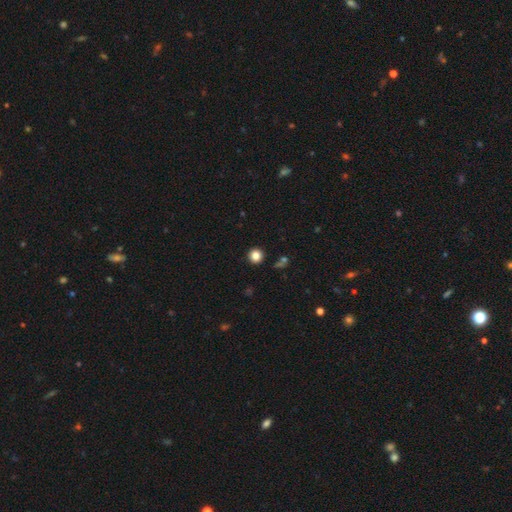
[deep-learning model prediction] Smooth or featured?
  - smooth: 83% *
  - star or artifact: 12%
  - featured or disk: 5%
How rounded?
  - round: 94% *
  - in between: 5%
  - cigar-shaped: 1%
Merging?
  - none: 92% *
  - minor disturbance: 5%
  - merger: 2%
  - major disturbance: 2%